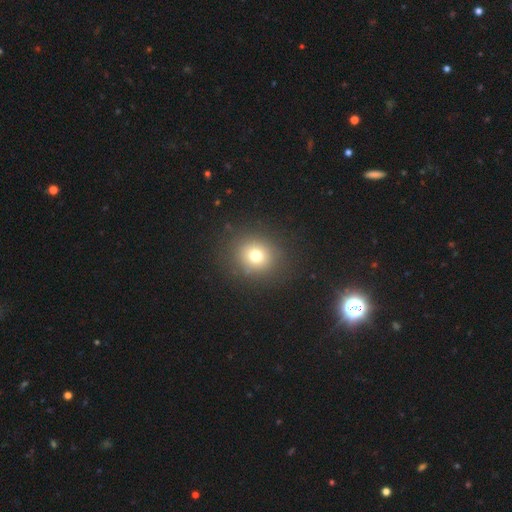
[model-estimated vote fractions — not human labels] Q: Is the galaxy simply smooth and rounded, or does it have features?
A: smooth — 73%.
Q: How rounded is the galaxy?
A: round — 81%.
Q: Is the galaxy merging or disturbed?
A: none — 87%.